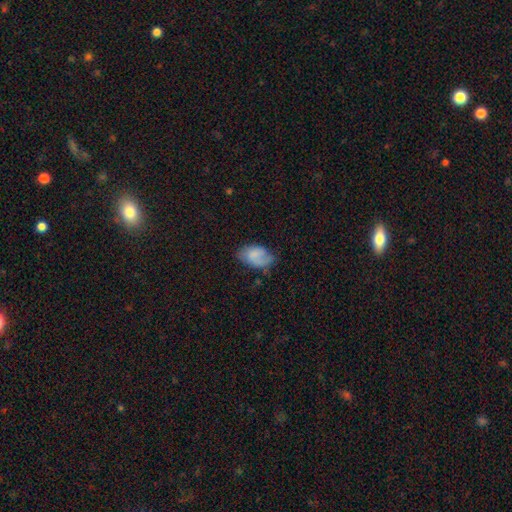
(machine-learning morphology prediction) Smooth or featured? Predicted: smooth (p=0.69). How rounded? Predicted: in between (p=0.90). Merging? Predicted: none (p=0.51).